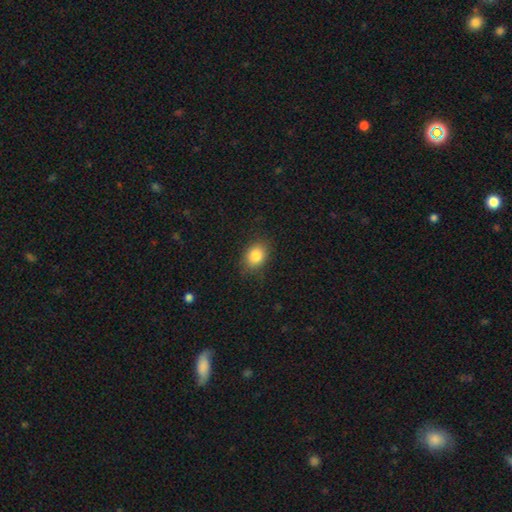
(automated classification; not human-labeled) smooth 84%, star or artifact 10%, featured or disk 7%. Down the decision tree: how rounded — in between (58%); merging — none (85%).